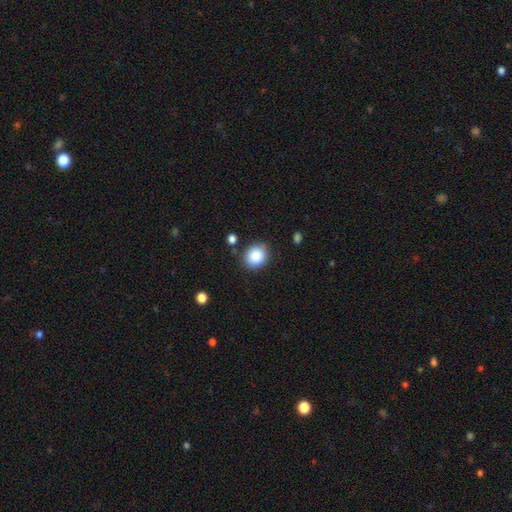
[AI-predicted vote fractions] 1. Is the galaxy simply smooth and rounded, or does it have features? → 86% smooth, 8% star or artifact, 5% featured or disk.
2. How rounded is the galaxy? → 72% round, 27% in between, 1% cigar-shaped.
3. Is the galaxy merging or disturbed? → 83% none, 11% minor disturbance, 3% merger, 3% major disturbance.